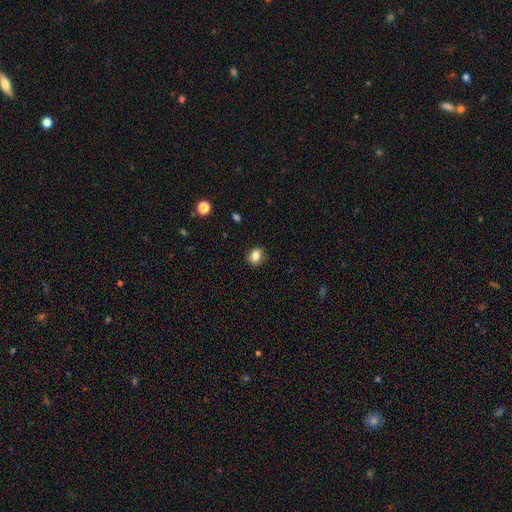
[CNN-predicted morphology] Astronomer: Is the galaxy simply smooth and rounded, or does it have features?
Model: smooth — 83%.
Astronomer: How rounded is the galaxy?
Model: in between — 50% (runner-up: round, 49%).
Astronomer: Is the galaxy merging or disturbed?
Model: none — 86%.